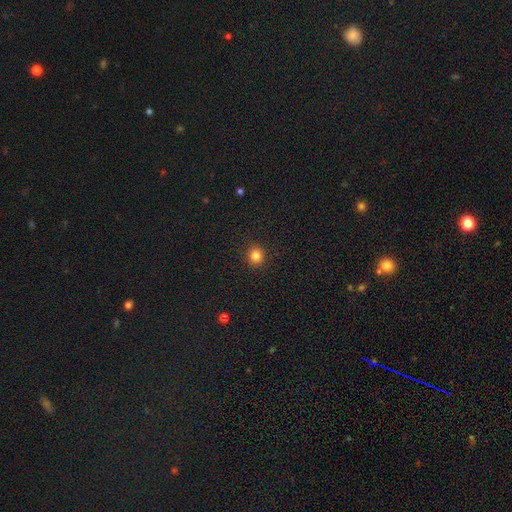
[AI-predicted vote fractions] Smooth or featured?
  - smooth: 83% *
  - star or artifact: 12%
  - featured or disk: 4%
How rounded?
  - round: 88% *
  - in between: 11%
  - cigar-shaped: 1%
Merging?
  - none: 92% *
  - minor disturbance: 5%
  - major disturbance: 2%
  - merger: 1%